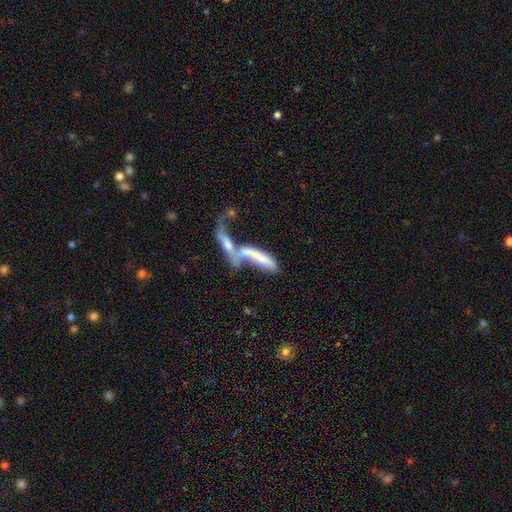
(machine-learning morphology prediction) Smooth or featured: smooth — 45% (featured or disk — 44%)
Merging: merger — 69% (none — 13%)